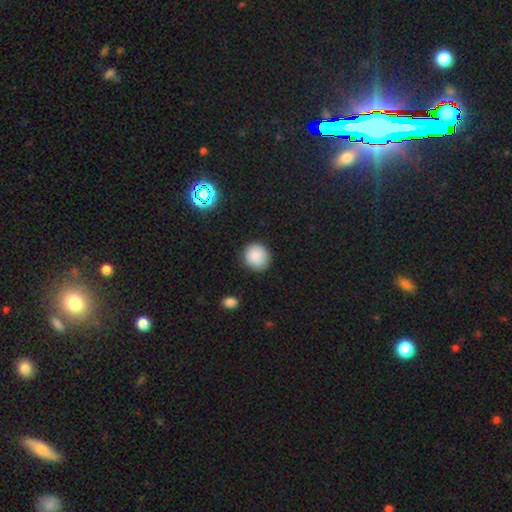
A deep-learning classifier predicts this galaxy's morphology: A smooth galaxy with no disk features (85%) that is round (90%). Merging: none (86%).